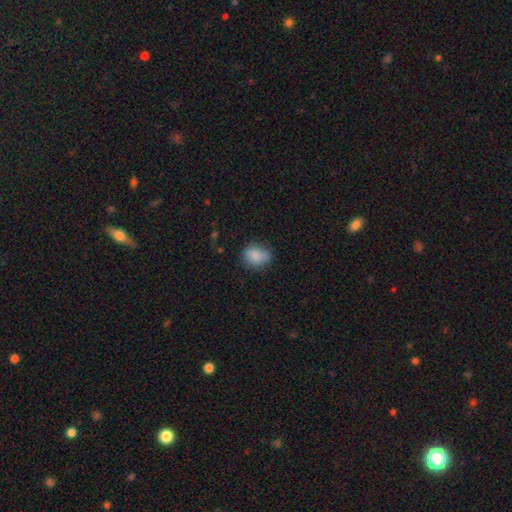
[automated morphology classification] smooth 85%, star or artifact 8%, featured or disk 7%. Down the decision tree: how rounded — round (53%); merging — none (70%).